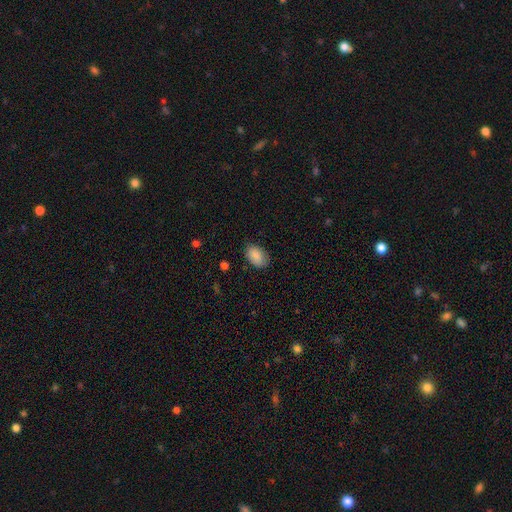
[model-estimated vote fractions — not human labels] This appears to be a smooth galaxy with no disk features (88%) that is in between round and cigar-shaped (90%). Merging: none (78%).